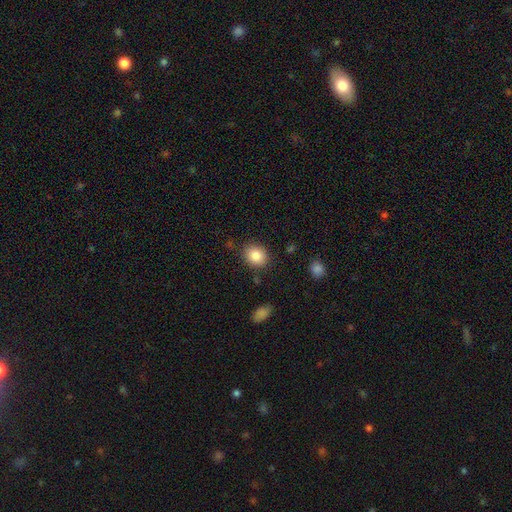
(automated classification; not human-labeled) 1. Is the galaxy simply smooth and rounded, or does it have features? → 85% smooth, 8% star or artifact, 7% featured or disk.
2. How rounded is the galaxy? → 61% round, 39% in between, 1% cigar-shaped.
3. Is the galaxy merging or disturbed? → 85% none, 10% minor disturbance, 3% major disturbance, 2% merger.